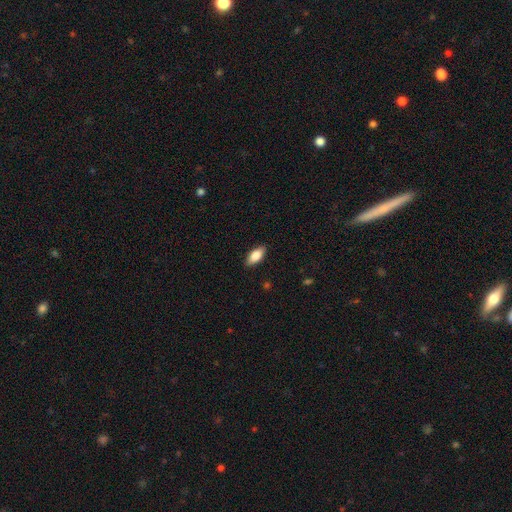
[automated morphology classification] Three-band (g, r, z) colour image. It shows a smooth galaxy with no disk features (85%) that is in between round and cigar-shaped (87%). Merging: none (88%).